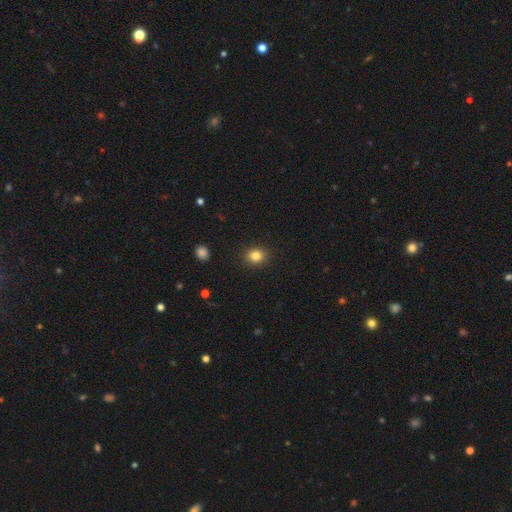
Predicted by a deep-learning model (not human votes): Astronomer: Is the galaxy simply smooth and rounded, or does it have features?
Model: smooth — 84%.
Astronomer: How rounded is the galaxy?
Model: round — 70%.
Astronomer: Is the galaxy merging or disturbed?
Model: none — 90%.